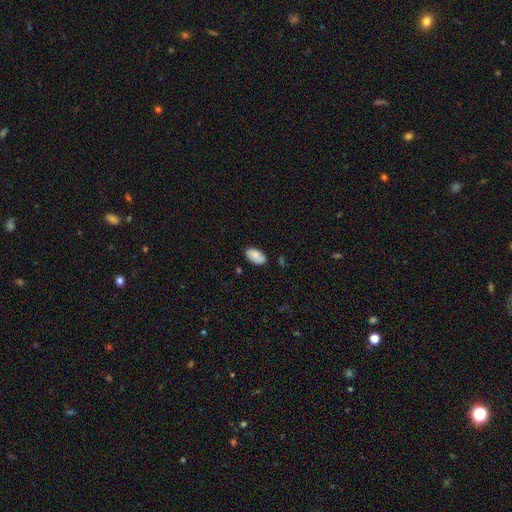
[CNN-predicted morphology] A smooth galaxy with no disk features (82%) that is in between round and cigar-shaped (94%). Merging: none (81%).